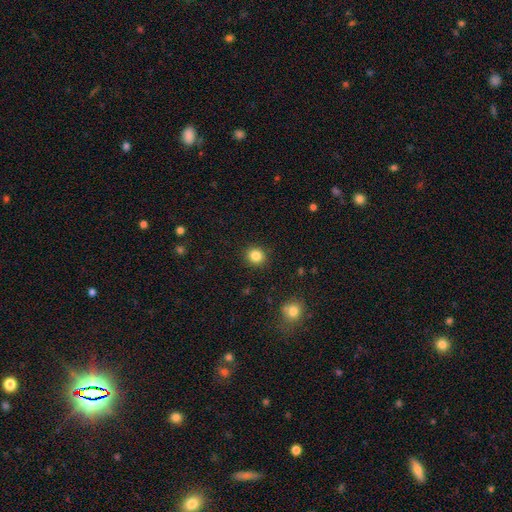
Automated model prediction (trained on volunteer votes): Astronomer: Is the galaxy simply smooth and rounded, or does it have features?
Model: smooth — 84%.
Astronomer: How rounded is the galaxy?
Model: round — 87%.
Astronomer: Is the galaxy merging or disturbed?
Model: none — 90%.